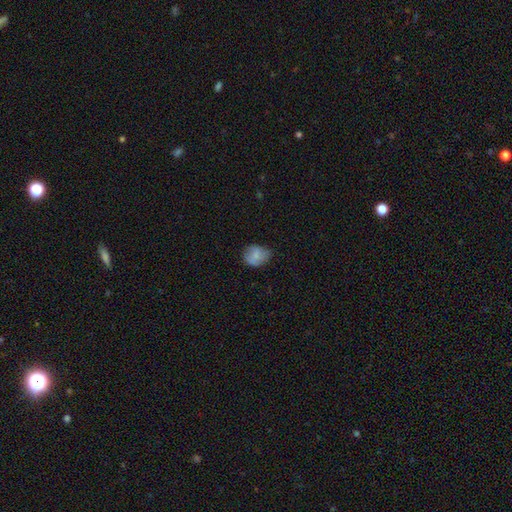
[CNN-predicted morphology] Smooth or featured?
  - smooth: 75% *
  - featured or disk: 17%
  - star or artifact: 8%
How rounded?
  - round: 58% *
  - in between: 41%
  - cigar-shaped: 1%
Merging?
  - none: 64% *
  - minor disturbance: 28%
  - major disturbance: 6%
  - merger: 1%